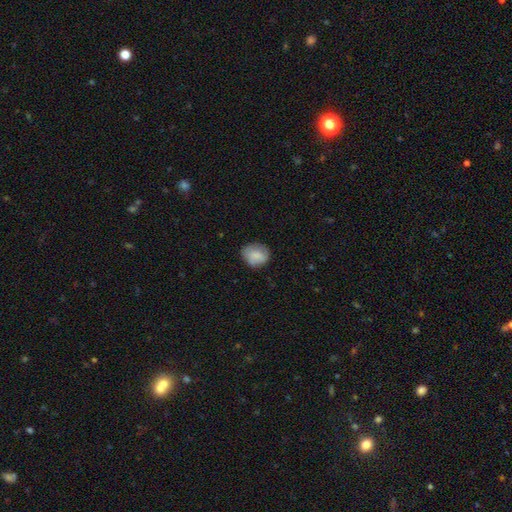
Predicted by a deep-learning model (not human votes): Smooth or featured?
  - smooth: 77% *
  - featured or disk: 16%
  - star or artifact: 7%
How rounded?
  - round: 65% *
  - in between: 34%
  - cigar-shaped: 1%
Merging?
  - none: 71% *
  - minor disturbance: 22%
  - major disturbance: 6%
  - merger: 1%